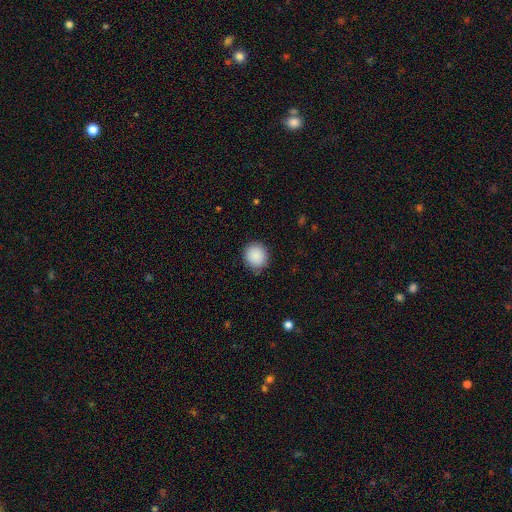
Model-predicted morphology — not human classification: The model was most divided on "how rounded": round: 87%, in between: 12%, cigar-shaped: 1%. More confident: smooth or featured — smooth (89%); merging — none (87%).